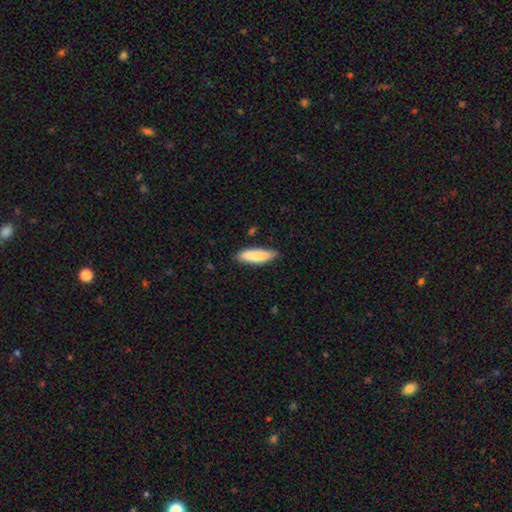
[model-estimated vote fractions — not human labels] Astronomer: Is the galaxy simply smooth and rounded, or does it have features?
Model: smooth — 84%.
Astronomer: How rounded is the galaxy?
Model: cigar-shaped — 66%.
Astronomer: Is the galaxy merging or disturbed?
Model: none — 79%.